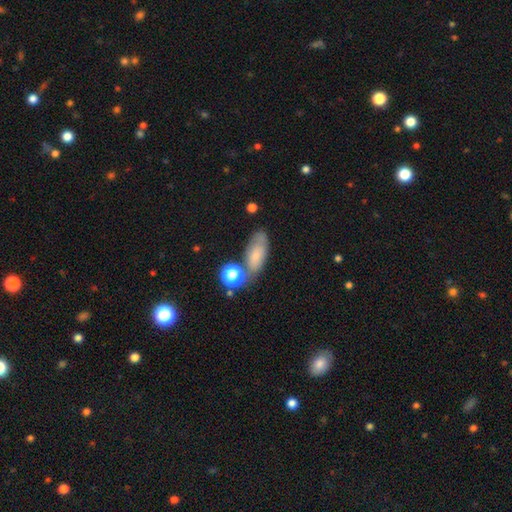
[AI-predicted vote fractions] Smooth or featured: smooth — 66% (featured or disk — 23%)
How rounded: in between — 81% (cigar-shaped — 13%)
Merging: none — 56% (minor disturbance — 22%)